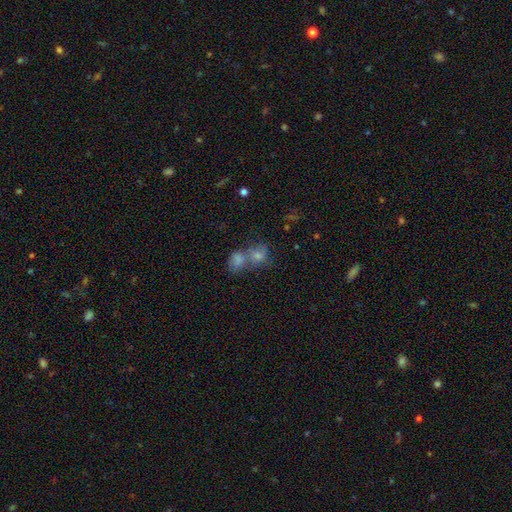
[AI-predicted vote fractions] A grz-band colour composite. It shows a smooth galaxy with no disk features (65%) that is round (54%). Merging: merger (60%).